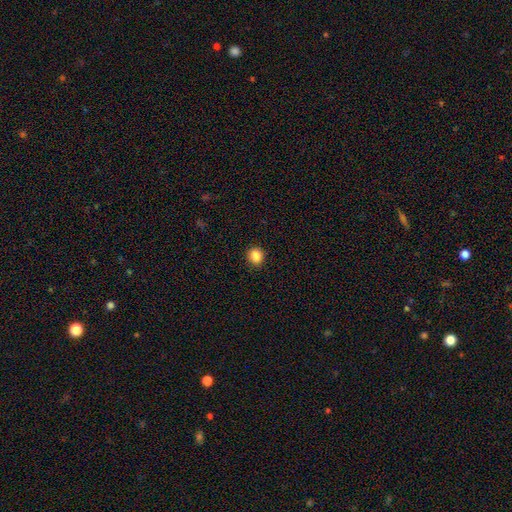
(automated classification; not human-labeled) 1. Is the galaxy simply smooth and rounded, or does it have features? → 87% smooth, 10% star or artifact, 3% featured or disk.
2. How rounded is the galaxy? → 71% round, 28% in between, 1% cigar-shaped.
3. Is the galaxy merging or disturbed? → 89% none, 8% minor disturbance, 2% major disturbance, 1% merger.